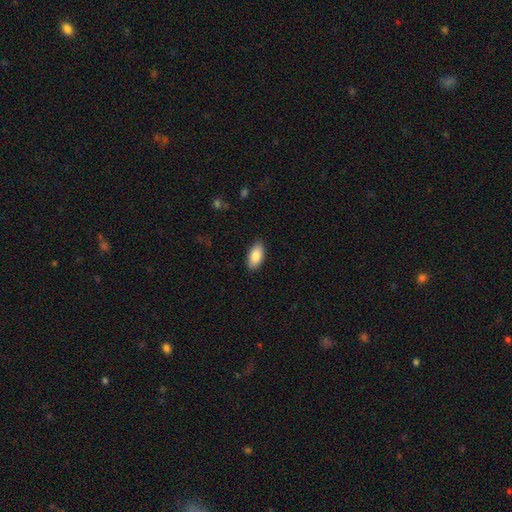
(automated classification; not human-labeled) Smooth or featured? smooth (86%)
How rounded? in between (93%)
Merging? none (88%)